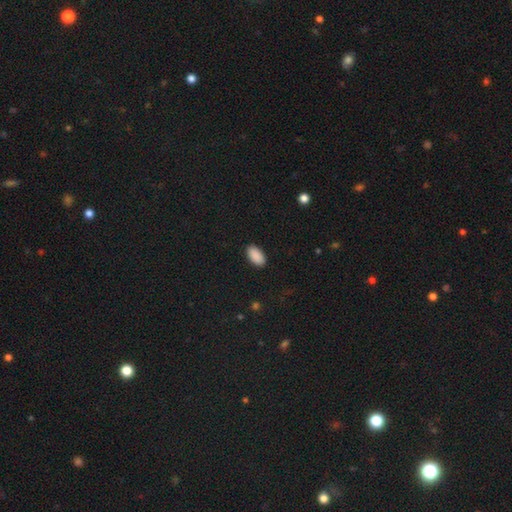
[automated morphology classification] Smooth or featured? Predicted: smooth (p=0.91). How rounded? Predicted: in between (p=0.95). Merging? Predicted: none (p=0.90).